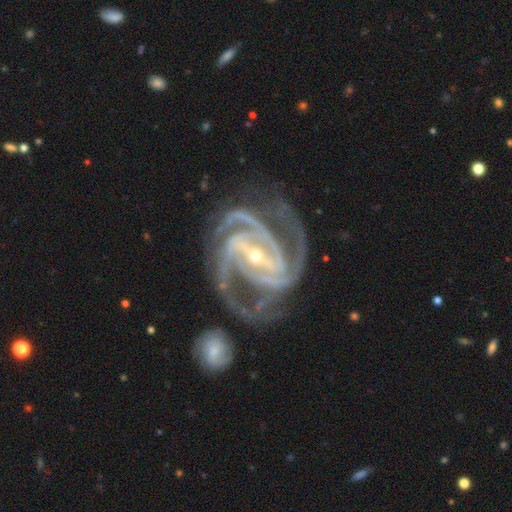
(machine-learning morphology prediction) A featured or disk galaxy (94%) with a strong bar (69%), 3 (44%) tight (48%) spiral arms (99%) and a small central bulge (73%).

Vote fractions:
- Smooth or featured? featured or disk: 94% / star or artifact: 4% / smooth: 2%
- Edge-on disk? no: 98% / yes: 2%
- Bar? strong: 69% / weak: 22% / no: 9%
- Spiral arms? yes: 99% / no: 1%
- Spiral winding? tight: 48% / medium: 46% / loose: 6%
- Spiral arm count? 3: 44% / 4: 24% / 2: 15% / can't tell: 7% / more than 4: 5% / 1: 5%
- Bulge size? small: 73% / moderate: 24% / large: 1% / none: 1% / dominant: 1%
- Merging? none: 63% / minor disturbance: 19% / major disturbance: 13% / merger: 5%